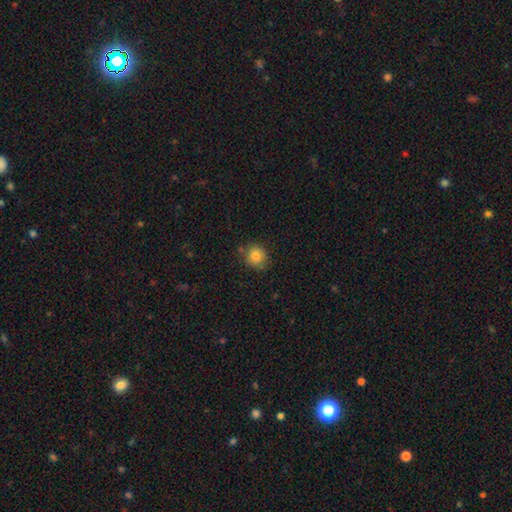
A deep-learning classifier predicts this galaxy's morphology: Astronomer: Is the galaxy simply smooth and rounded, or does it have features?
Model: smooth — 84%.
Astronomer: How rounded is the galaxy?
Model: round — 87%.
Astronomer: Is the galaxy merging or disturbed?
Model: none — 78%.